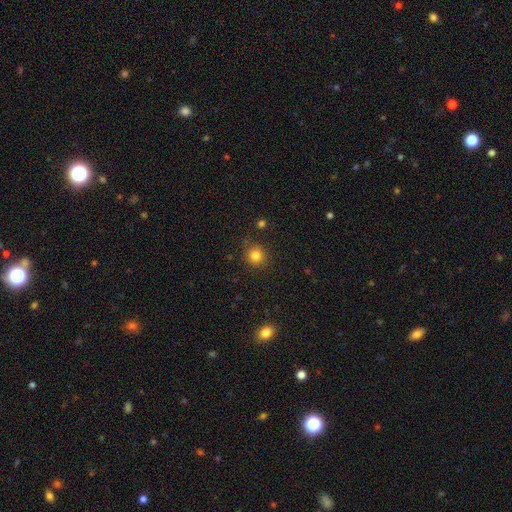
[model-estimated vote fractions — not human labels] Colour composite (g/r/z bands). It shows a smooth galaxy with no disk features (82%) that is round (91%). Merging: none (87%).